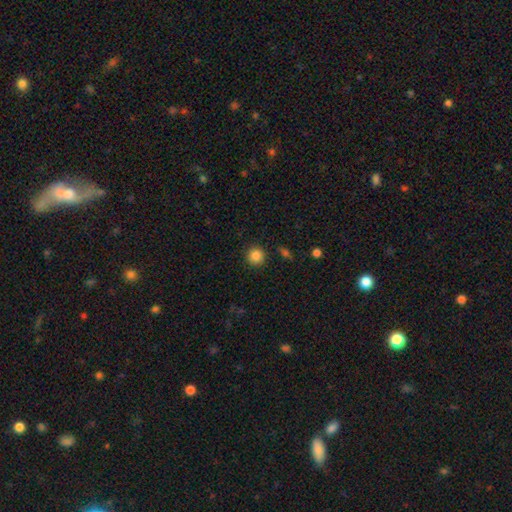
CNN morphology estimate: This is clearly a smooth galaxy (85%). How rounded: clearly round (94%). Merging: clearly none (90%).